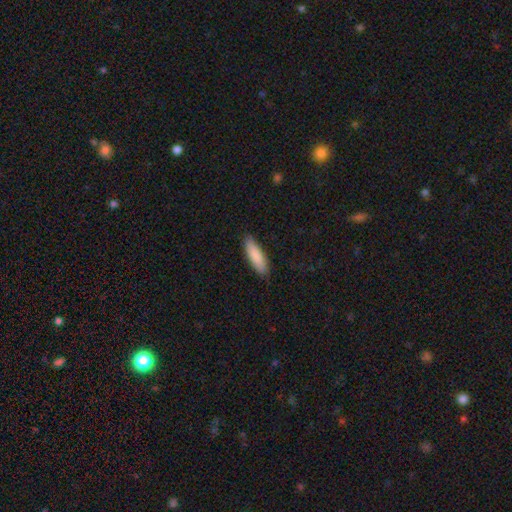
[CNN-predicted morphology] The model was most divided on "how rounded": cigar-shaped: 54%, in between: 45%, round: 1%. More confident: smooth or featured — smooth (87%); merging — none (86%).